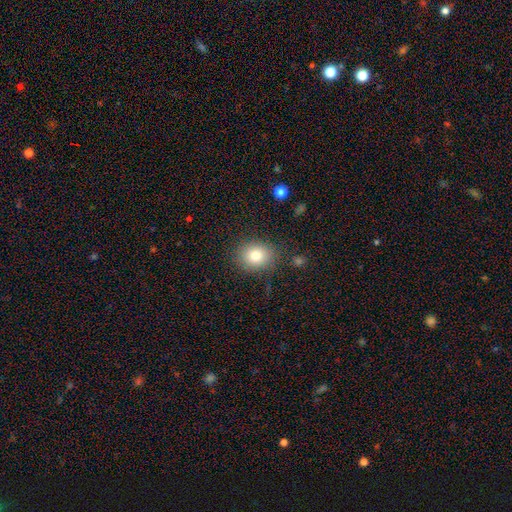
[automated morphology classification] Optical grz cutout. It shows a smooth galaxy with no disk features (79%) that is round (60%). Merging: none (84%).